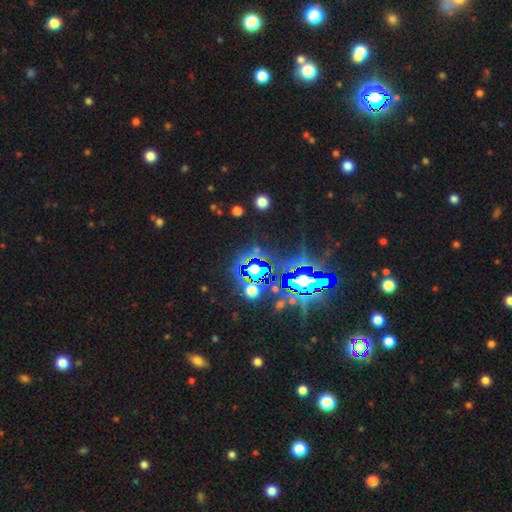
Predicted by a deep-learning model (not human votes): Smooth or featured? Predicted: star or artifact (p=0.74).